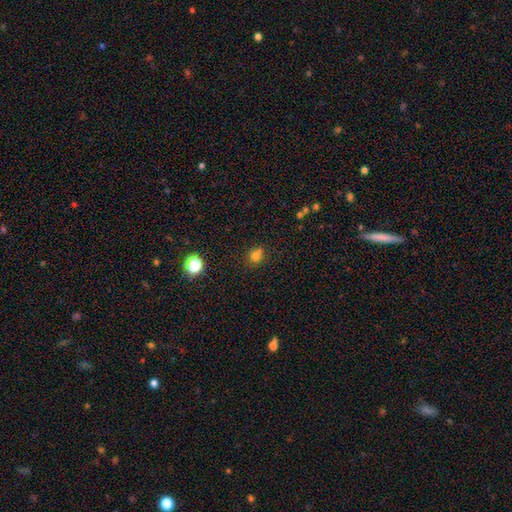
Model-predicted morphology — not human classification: A smooth galaxy with no disk features (71%) that is round (73%).

Vote fractions:
- Smooth or featured? smooth: 71% / star or artifact: 20% / featured or disk: 10%
- How rounded? round: 73% / in between: 26% / cigar-shaped: 1%
- Merging? none: 57% / merger: 21% / minor disturbance: 16% / major disturbance: 6%